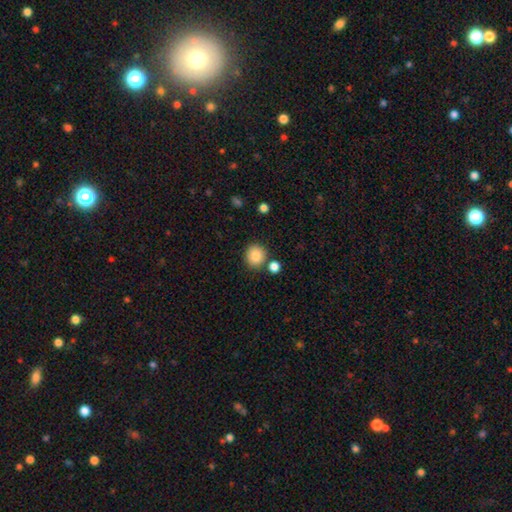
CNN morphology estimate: This appears to be a smooth galaxy with no disk features (87%) that is round (85%). Merging: none (80%).